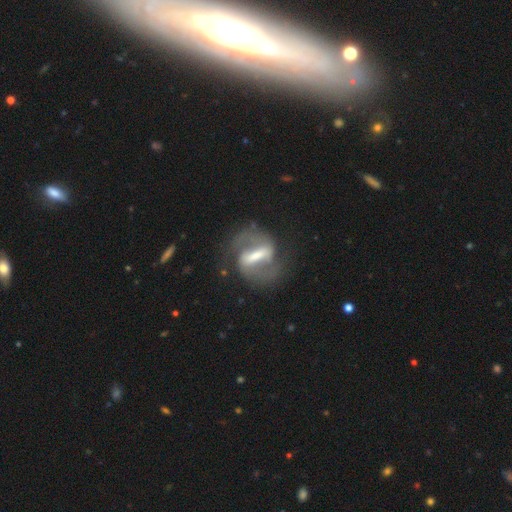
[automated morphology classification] type=featured or disk (85%); edge-on=no (94%); bar=strong (73%); spiral arms=yes (90%); winding=medium (55%); arm count=2 (91%); bulge=moderate (40%); merging=none (72%).